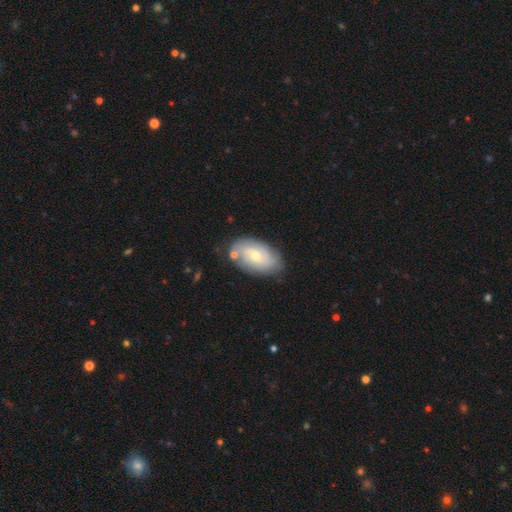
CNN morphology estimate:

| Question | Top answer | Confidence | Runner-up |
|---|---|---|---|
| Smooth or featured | featured or disk | 59% | smooth (35%) |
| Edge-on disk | no | 94% | yes (6%) |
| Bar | no | 67% | weak (28%) |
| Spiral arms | yes | 78% | no (22%) |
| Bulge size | small | 55% | moderate (41%) |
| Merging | none | 72% | minor disturbance (17%) |